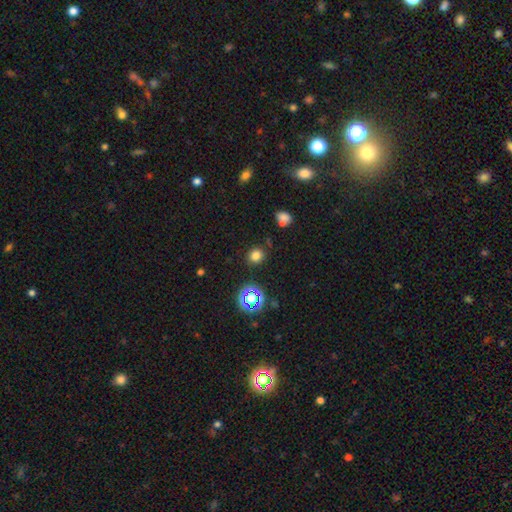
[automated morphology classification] Q: Smooth or featured?
A: smooth (73%); runner-up: star or artifact (21%)
Q: How rounded?
A: round (83%); runner-up: in between (16%)
Q: Merging?
A: none (84%); runner-up: minor disturbance (9%)